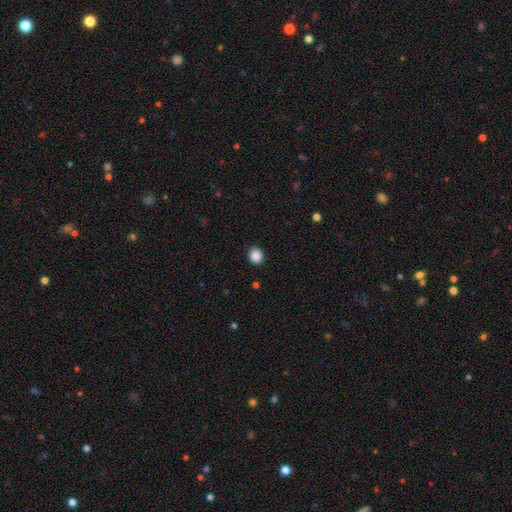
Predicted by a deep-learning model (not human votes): Smooth or featured? smooth (88%)
How rounded? round (78%)
Merging? none (90%)